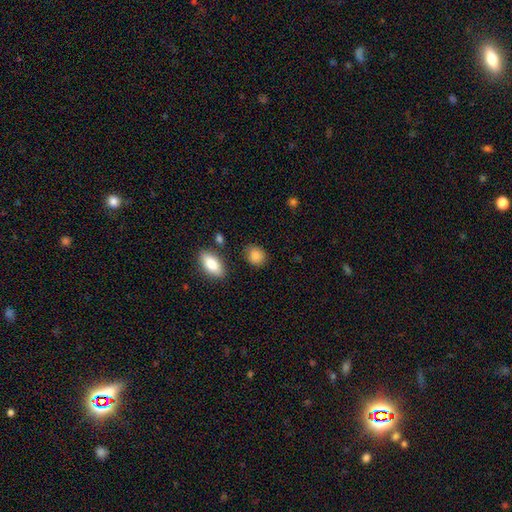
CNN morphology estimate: Smooth or featured?
  - smooth: 88% *
  - star or artifact: 8%
  - featured or disk: 4%
How rounded?
  - round: 62% *
  - in between: 36%
  - cigar-shaped: 2%
Merging?
  - none: 80% *
  - minor disturbance: 13%
  - major disturbance: 3%
  - merger: 3%